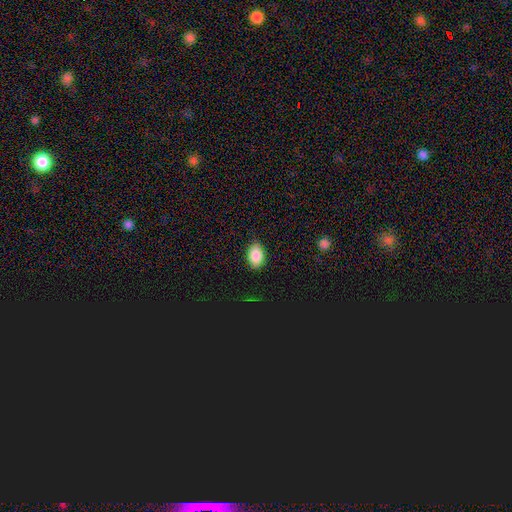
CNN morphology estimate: Q: Smooth or featured?
A: smooth (87%); runner-up: star or artifact (8%)
Q: How rounded?
A: in between (89%); runner-up: round (10%)
Q: Merging?
A: none (84%); runner-up: minor disturbance (12%)